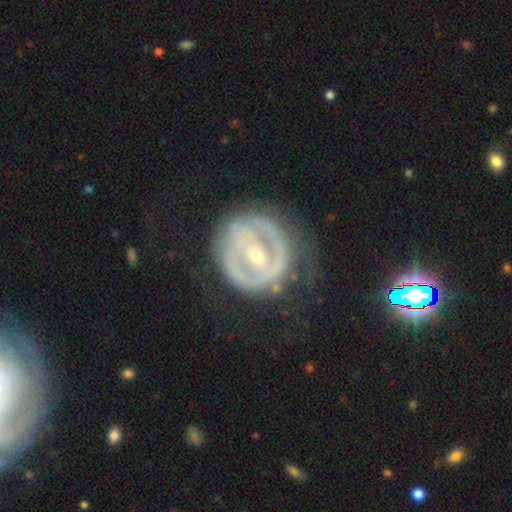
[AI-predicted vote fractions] A featured or disk galaxy (76%) with a strong bar (35%), no spiral arms (57%) and a small central bulge (50%). Merging: none (60%).